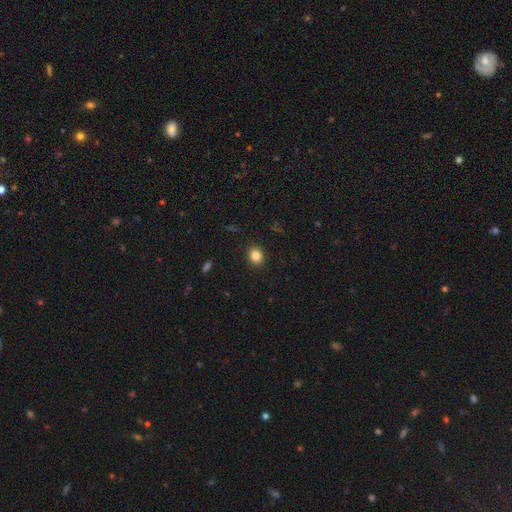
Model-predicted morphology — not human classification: A smooth galaxy with no disk features (83%) that is round (66%). Merging: none (91%).